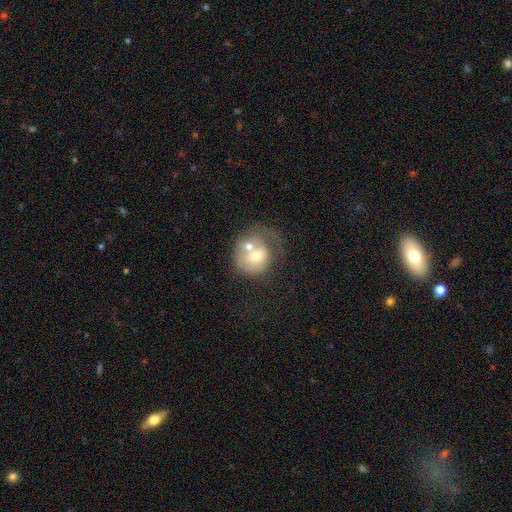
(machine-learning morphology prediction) smooth 52%, featured or disk 40%, star or artifact 8%. Down the decision tree: how rounded — round (74%); merging — merger (53%).